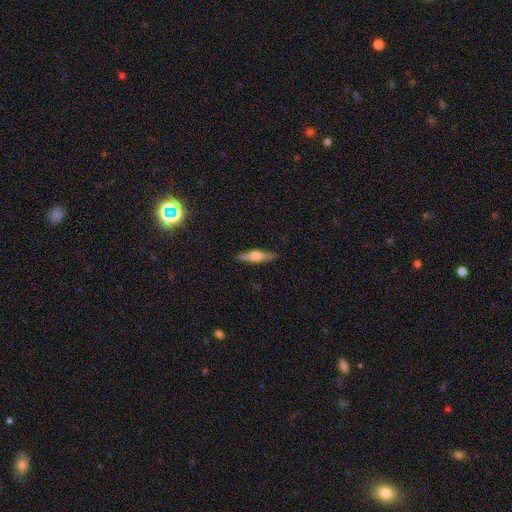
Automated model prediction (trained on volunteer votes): smooth_or_featured: featured or disk (p=0.54) [alt: smooth p=0.39]
disk_edge_on: yes (p=0.95) [alt: no p=0.05]
edge_on_bulge: rounded (p=0.91) [alt: boxy p=0.06]
merging: none (p=0.89) [alt: minor disturbance p=0.08]